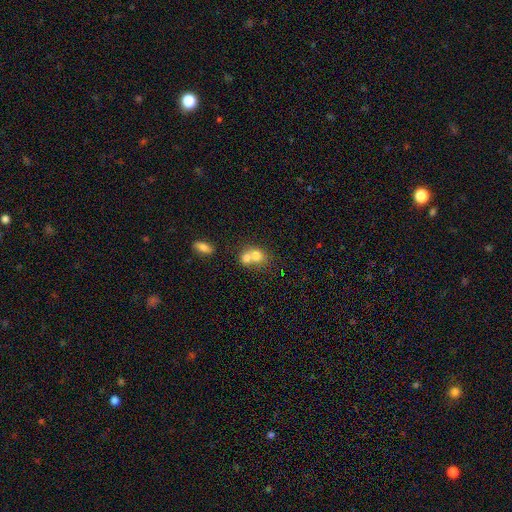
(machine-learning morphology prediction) smooth-or-featured: smooth: 72% | featured or disk: 18% | star or artifact: 10%
  how-rounded: round: 65% | in between: 34% | cigar-shaped: 1%
  merging: merger: 67% | none: 24% | minor disturbance: 6% | major disturbance: 3%